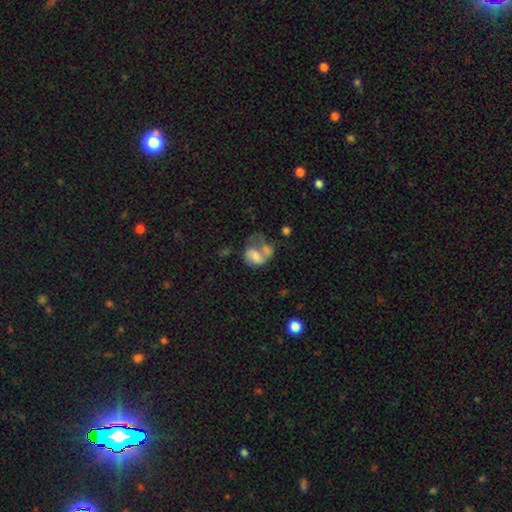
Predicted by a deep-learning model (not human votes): Smooth or featured? smooth (50%)
How rounded? in between (62%)
Merging? merger (47%)